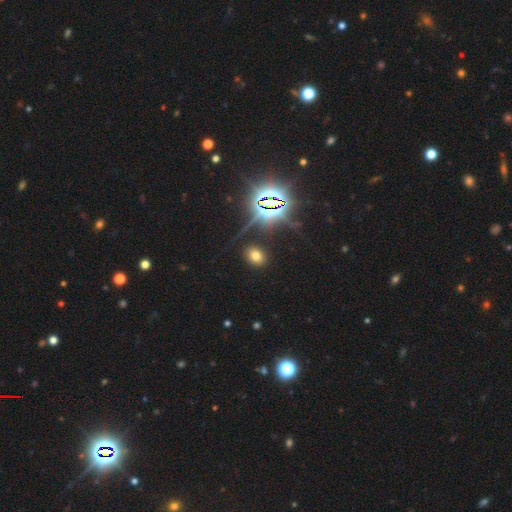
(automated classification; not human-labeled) Smooth or featured: smooth — 63% (star or artifact — 29%)
How rounded: in between — 51% (round — 47%)
Merging: none — 87% (minor disturbance — 8%)